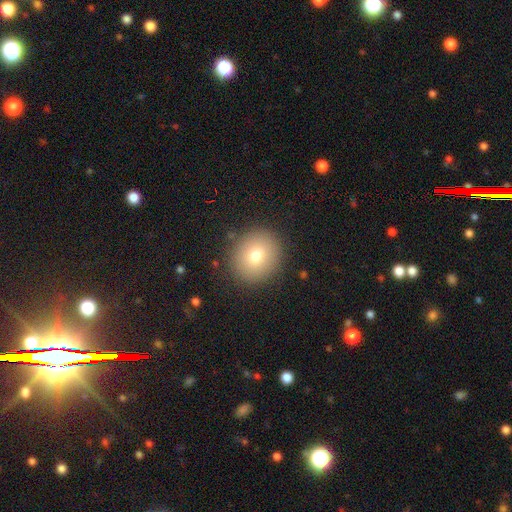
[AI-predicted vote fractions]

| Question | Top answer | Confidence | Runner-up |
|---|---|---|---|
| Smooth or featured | smooth | 75% | featured or disk (13%) |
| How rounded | round | 85% | in between (14%) |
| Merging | none | 88% | minor disturbance (7%) |